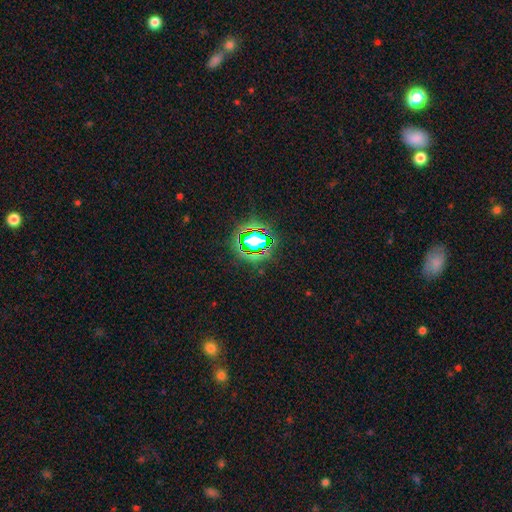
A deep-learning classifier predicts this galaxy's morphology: A star or artifact, not a galaxy (77%).

Vote fractions:
- Smooth or featured? star or artifact: 77% / smooth: 15% / featured or disk: 8%